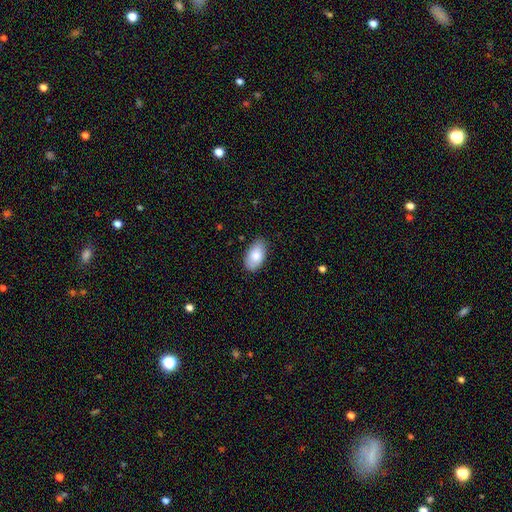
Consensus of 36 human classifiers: A smooth galaxy with no disk features (92%) that is in between round and cigar-shaped (94%). Merging: none (69%).